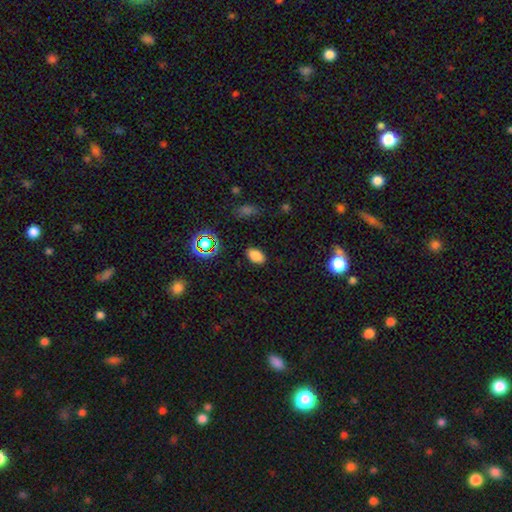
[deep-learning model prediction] The model was most divided on "smooth or featured": smooth: 78%, star or artifact: 16%, featured or disk: 6%. More confident: how rounded — in between (90%); merging — none (87%).